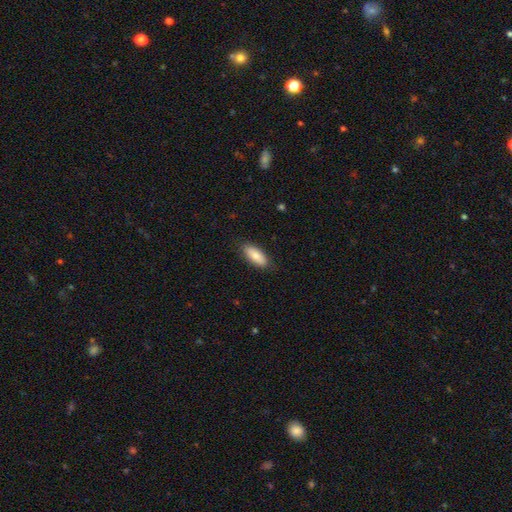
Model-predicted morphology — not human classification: A smooth galaxy with no disk features (78%) that is in between round and cigar-shaped (81%). Merging: none (85%).